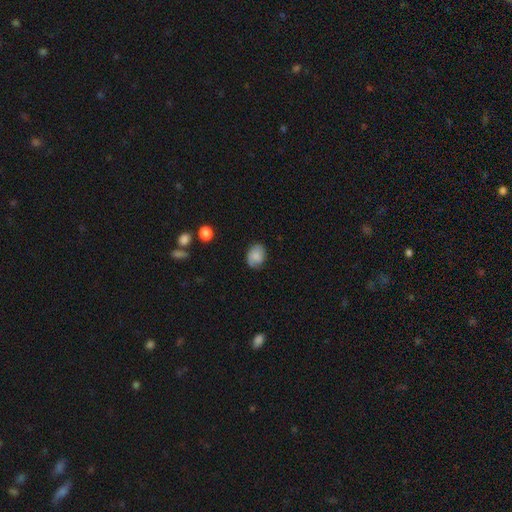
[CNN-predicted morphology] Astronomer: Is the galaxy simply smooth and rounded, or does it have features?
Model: smooth — 79%.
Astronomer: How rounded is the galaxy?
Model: in between — 62%.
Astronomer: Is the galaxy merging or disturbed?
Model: none — 69%.